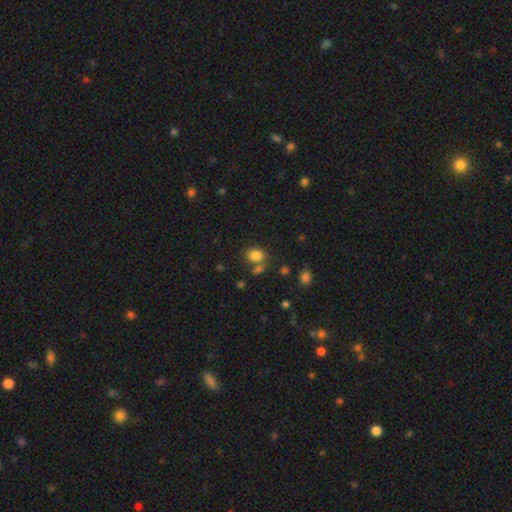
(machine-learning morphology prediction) This is clearly a smooth galaxy (82%). How rounded: possibly in between (51%). Merging: likely none (61%).